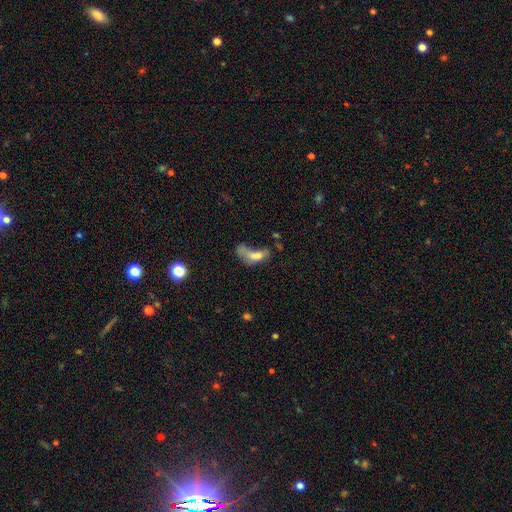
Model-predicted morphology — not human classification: smooth-or-featured: smooth: 58% | featured or disk: 29% | star or artifact: 13%
  how-rounded: in between: 73% | cigar-shaped: 18% | round: 9%
  merging: merger: 39% | major disturbance: 35% | none: 15% | minor disturbance: 12%